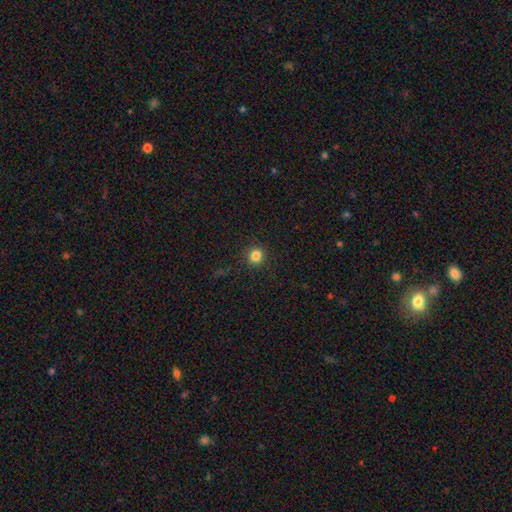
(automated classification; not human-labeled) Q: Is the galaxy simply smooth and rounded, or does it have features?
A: smooth — 83%.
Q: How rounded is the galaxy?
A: round — 85%.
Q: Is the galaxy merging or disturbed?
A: none — 90%.